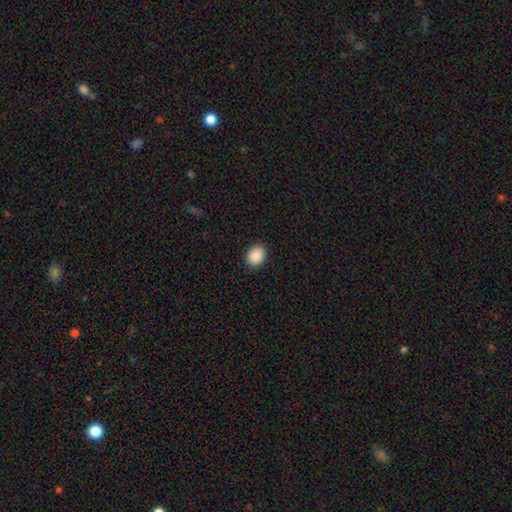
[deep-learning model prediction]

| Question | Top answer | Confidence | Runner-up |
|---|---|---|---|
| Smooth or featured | smooth | 90% | star or artifact (7%) |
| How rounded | round | 52% | in between (47%) |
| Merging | none | 90% | minor disturbance (7%) |